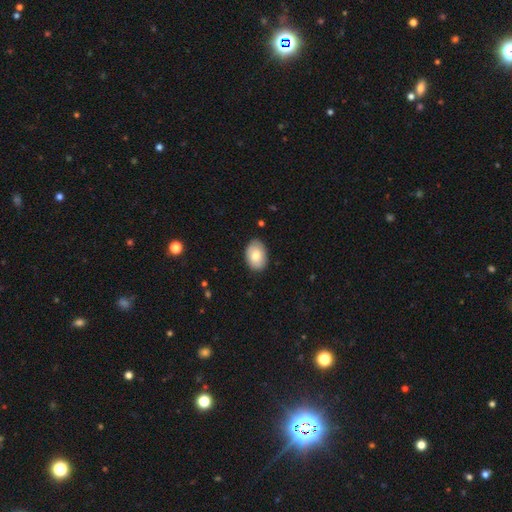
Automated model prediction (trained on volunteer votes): Smooth or featured? Predicted: smooth (p=0.78). How rounded? Predicted: in between (p=0.87). Merging? Predicted: none (p=0.85).